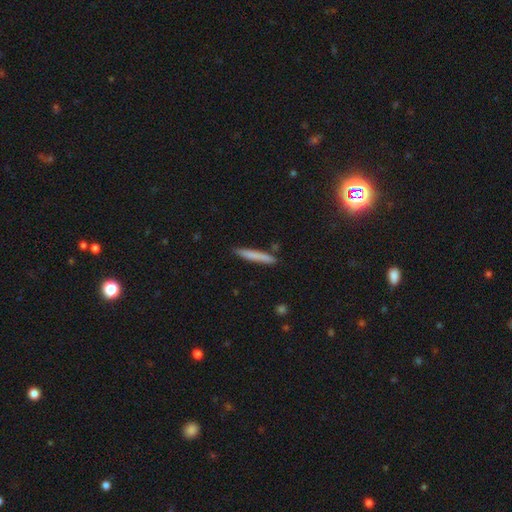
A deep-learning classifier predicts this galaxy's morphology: smooth_or_featured: smooth (p=0.75) [alt: featured or disk p=0.19]
how_rounded: cigar-shaped (p=0.95) [alt: in between p=0.04]
merging: none (p=0.87) [alt: minor disturbance p=0.10]